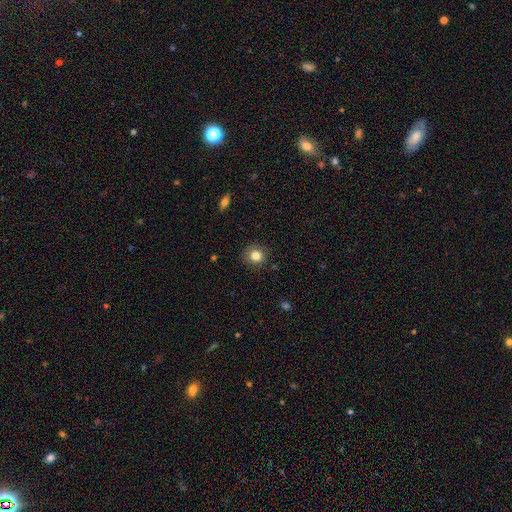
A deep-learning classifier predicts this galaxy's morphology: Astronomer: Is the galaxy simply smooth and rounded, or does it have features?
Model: smooth — 82%.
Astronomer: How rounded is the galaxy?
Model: round — 86%.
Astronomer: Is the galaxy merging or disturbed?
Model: none — 88%.